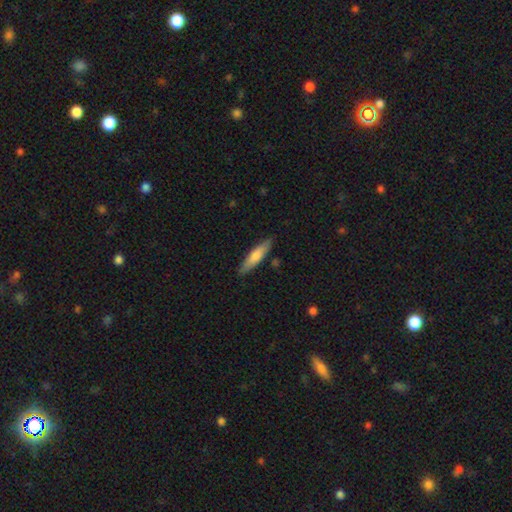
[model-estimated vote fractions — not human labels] A smooth galaxy with no disk features (66%) that is cigar-shaped (80%).

Vote fractions:
- Smooth or featured? smooth: 66% / featured or disk: 29% / star or artifact: 5%
- How rounded? cigar-shaped: 80% / in between: 18% / round: 2%
- Merging? none: 86% / minor disturbance: 10% / major disturbance: 2% / merger: 2%